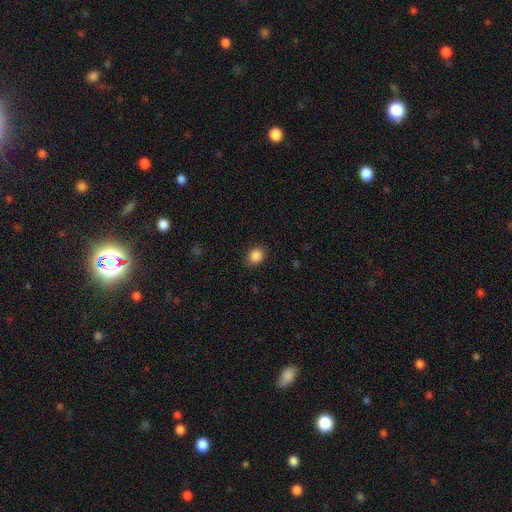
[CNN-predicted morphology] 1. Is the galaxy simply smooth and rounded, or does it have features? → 87% smooth, 9% star or artifact, 3% featured or disk.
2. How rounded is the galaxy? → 51% round, 48% in between, 1% cigar-shaped.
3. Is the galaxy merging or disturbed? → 86% none, 10% minor disturbance, 3% major disturbance, 1% merger.